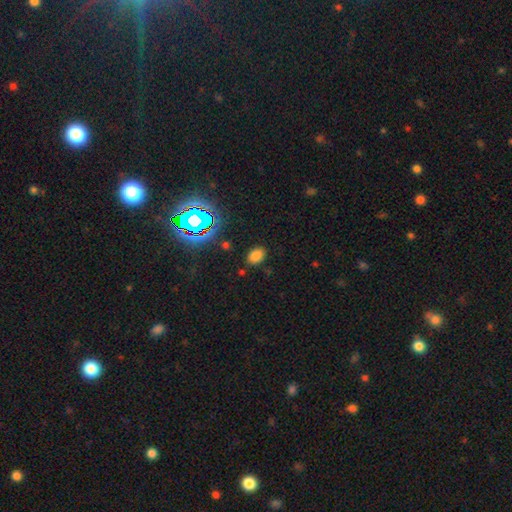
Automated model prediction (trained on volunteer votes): The model was most divided on "smooth or featured": smooth: 74%, star or artifact: 20%, featured or disk: 6%. More confident: merging — none (84%); how rounded — in between (79%).